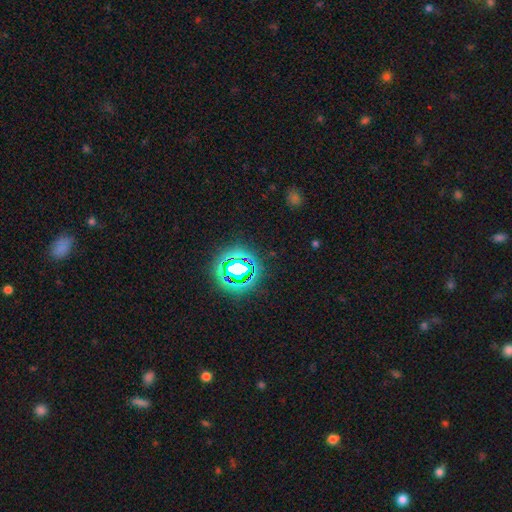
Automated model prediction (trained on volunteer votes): smooth-or-featured: star or artifact: 78% | smooth: 15% | featured or disk: 7%